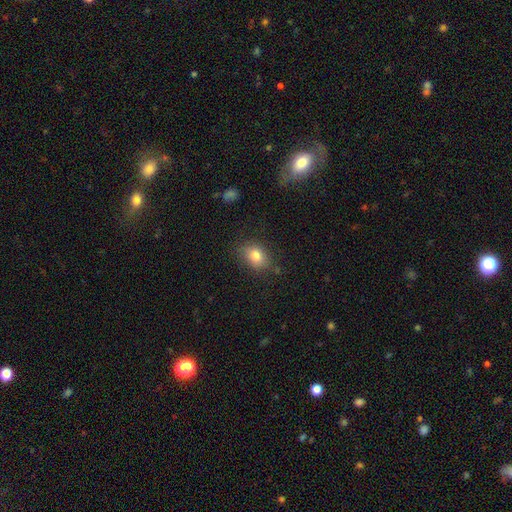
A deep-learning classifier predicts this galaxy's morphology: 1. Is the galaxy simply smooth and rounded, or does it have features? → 80% smooth, 10% star or artifact, 10% featured or disk.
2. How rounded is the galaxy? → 64% in between, 35% round, 1% cigar-shaped.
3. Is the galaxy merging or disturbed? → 79% none, 16% minor disturbance, 4% major disturbance, 2% merger.